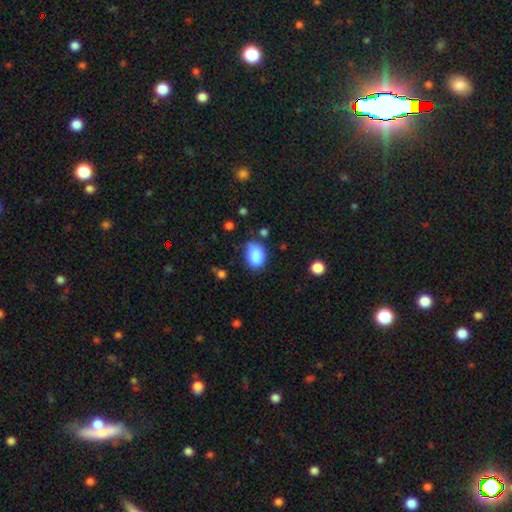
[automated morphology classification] smooth_or_featured: smooth (p=0.84) [alt: star or artifact p=0.09]
how_rounded: in between (p=0.78) [alt: round p=0.21]
merging: none (p=0.55) [alt: minor disturbance p=0.30]